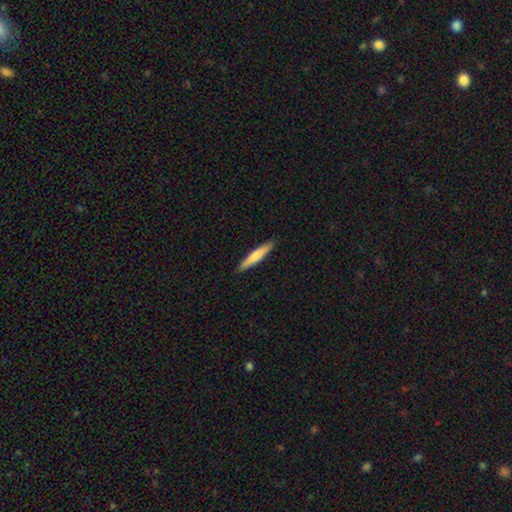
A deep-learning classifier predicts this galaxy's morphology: A smooth galaxy with no disk features (70%) that is cigar-shaped (93%).

Vote fractions:
- Smooth or featured? smooth: 70% / featured or disk: 25% / star or artifact: 5%
- How rounded? cigar-shaped: 93% / in between: 6% / round: 1%
- Merging? none: 91% / minor disturbance: 7% / major disturbance: 1% / merger: 1%